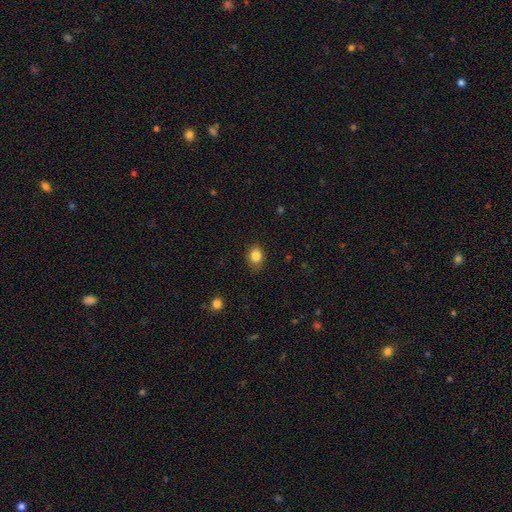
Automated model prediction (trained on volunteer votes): smooth_or_featured: smooth (p=0.84) [alt: star or artifact p=0.10]
how_rounded: in between (p=0.52) [alt: round p=0.48]
merging: none (p=0.79) [alt: minor disturbance p=0.17]